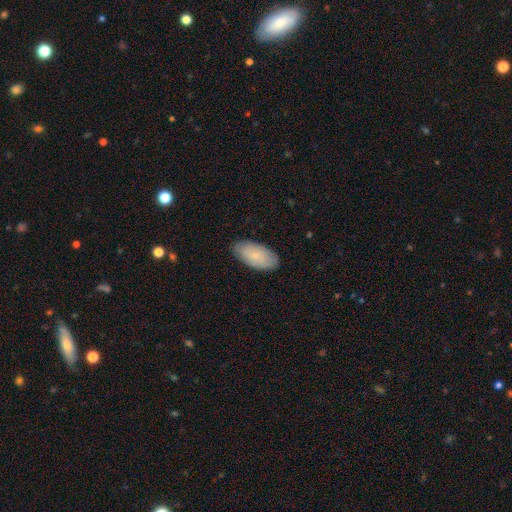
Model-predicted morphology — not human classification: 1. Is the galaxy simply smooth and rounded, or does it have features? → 76% smooth, 18% featured or disk, 6% star or artifact.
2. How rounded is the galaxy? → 94% in between, 3% cigar-shaped, 2% round.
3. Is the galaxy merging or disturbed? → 83% none, 14% minor disturbance, 2% major disturbance, 1% merger.